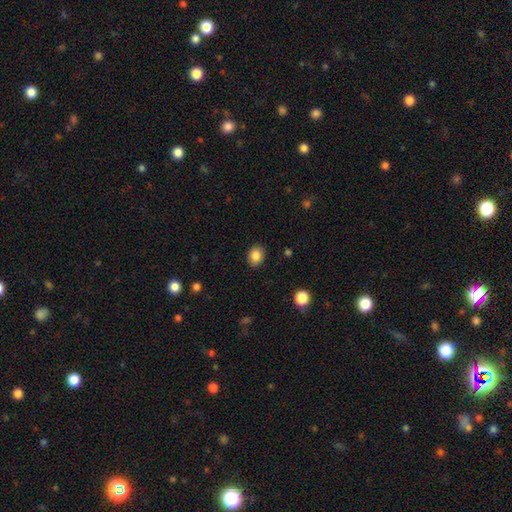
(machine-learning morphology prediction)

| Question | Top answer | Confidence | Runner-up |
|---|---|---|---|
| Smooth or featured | smooth | 86% | star or artifact (9%) |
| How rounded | round | 53% | in between (46%) |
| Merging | none | 89% | minor disturbance (8%) |